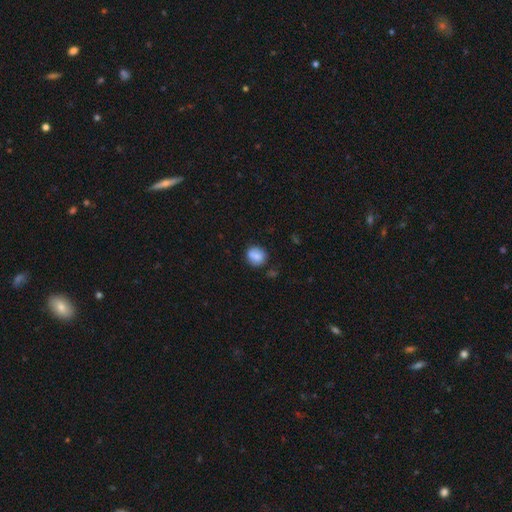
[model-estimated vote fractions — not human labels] Smooth or featured?
  - smooth: 80% *
  - featured or disk: 12%
  - star or artifact: 8%
How rounded?
  - round: 81% *
  - in between: 18%
  - cigar-shaped: 1%
Merging?
  - none: 70% *
  - minor disturbance: 17%
  - merger: 9%
  - major disturbance: 4%